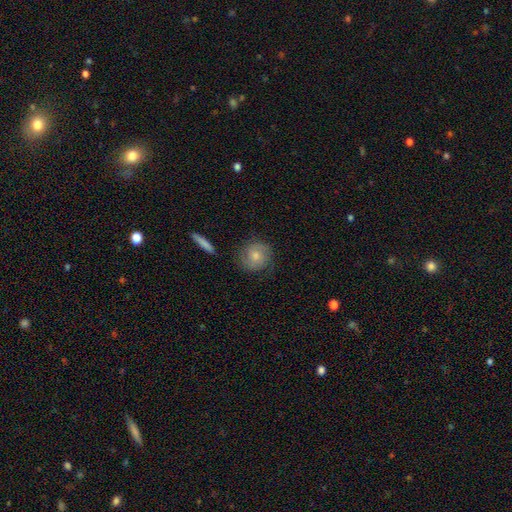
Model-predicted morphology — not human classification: smooth-or-featured: featured or disk: 49% | smooth: 43% | star or artifact: 7%
  merging: none: 79% | minor disturbance: 14% | major disturbance: 5% | merger: 2%